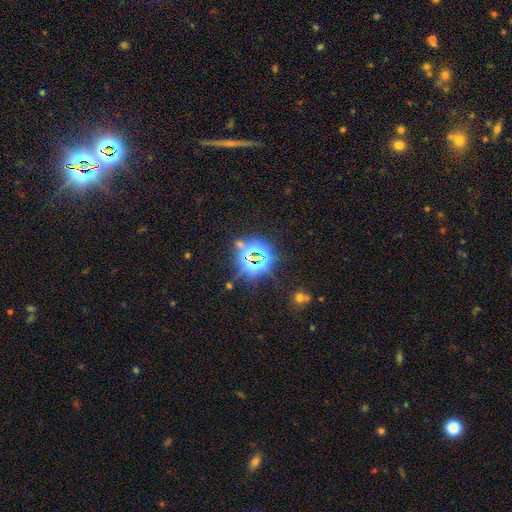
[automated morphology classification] This is likely a star or artifact rather than a galaxy (78%).